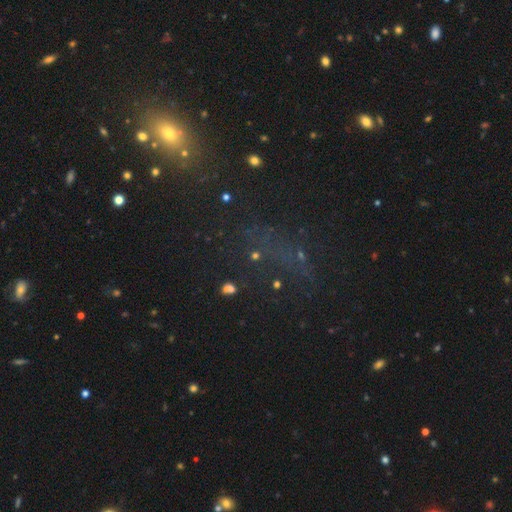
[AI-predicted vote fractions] Smooth or featured? Predicted: star or artifact (p=0.55).